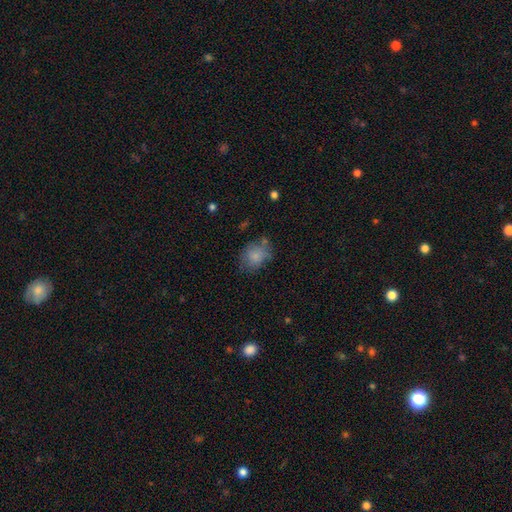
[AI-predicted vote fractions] Morphology: type=smooth (79%); roundness=in between (57%); merging=none (55%).